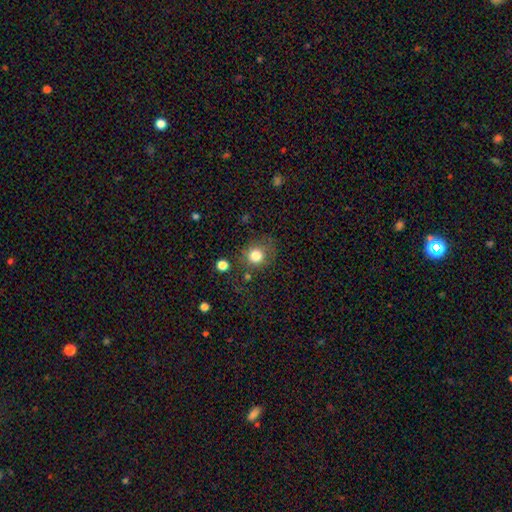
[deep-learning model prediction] This appears to be a smooth galaxy with no disk features (80%) that is round (83%). Merging: none (70%).